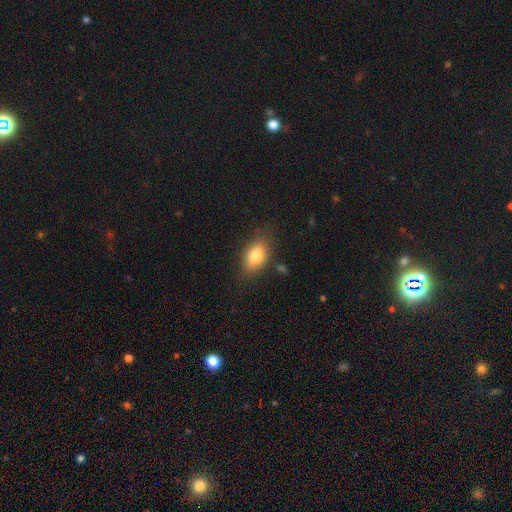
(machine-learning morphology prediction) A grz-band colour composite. It shows a smooth galaxy with no disk features (77%) that is in between round and cigar-shaped (86%). Merging: none (78%).